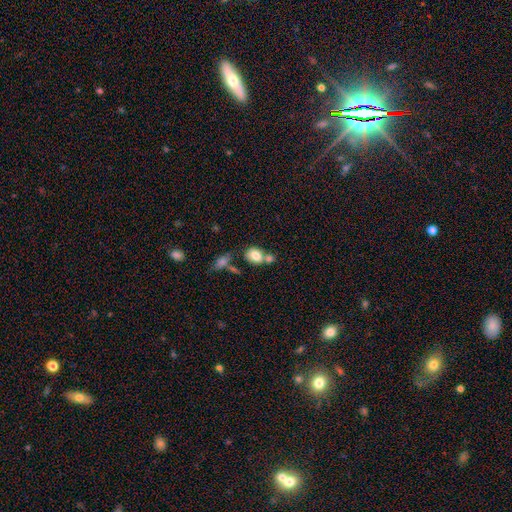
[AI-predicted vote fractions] smooth-or-featured: smooth: 79% | featured or disk: 12% | star or artifact: 9%
  how-rounded: in between: 55% | round: 43% | cigar-shaped: 1%
  merging: none: 44% | merger: 40% | minor disturbance: 12% | major disturbance: 4%